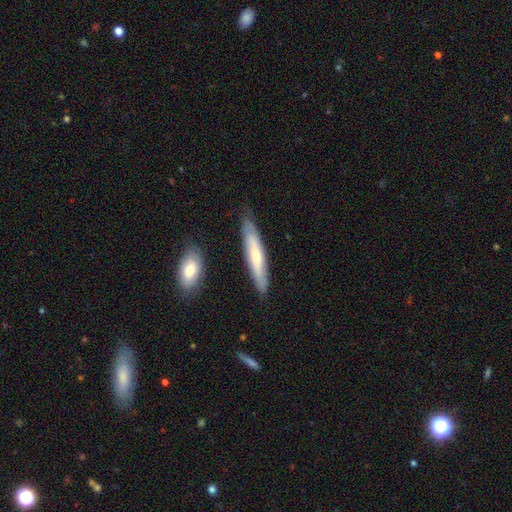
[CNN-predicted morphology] Smooth or featured? Predicted: featured or disk (p=0.49). Merging? Predicted: none (p=0.82).